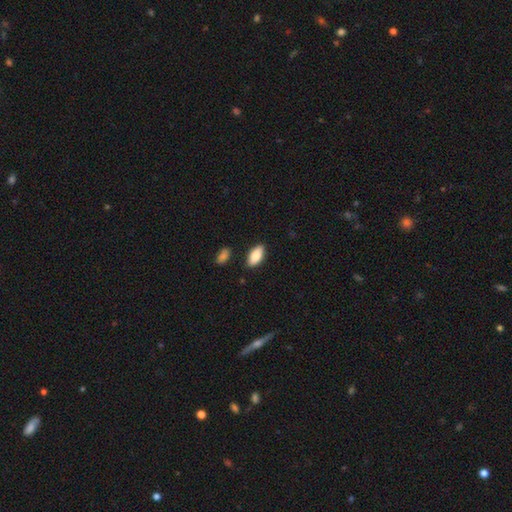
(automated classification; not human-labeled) smooth-or-featured: smooth: 84% | featured or disk: 10% | star or artifact: 6%
  how-rounded: in between: 90% | cigar-shaped: 8% | round: 2%
  merging: none: 86% | minor disturbance: 10% | merger: 2% | major disturbance: 2%